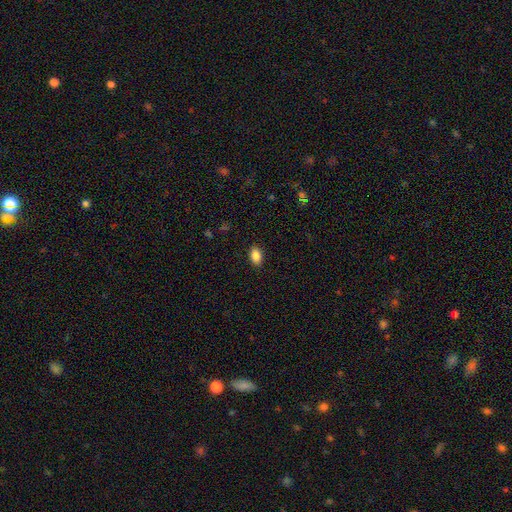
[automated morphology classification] Overall: smooth (87%). How rounded: in between (89%). Merging: none (89%).